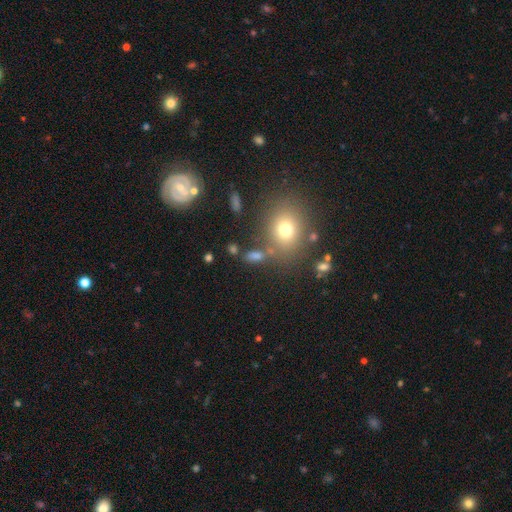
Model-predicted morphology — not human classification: This is likely a smooth galaxy (60%). How rounded: possibly in between (54%). Merging: likely none (71%).